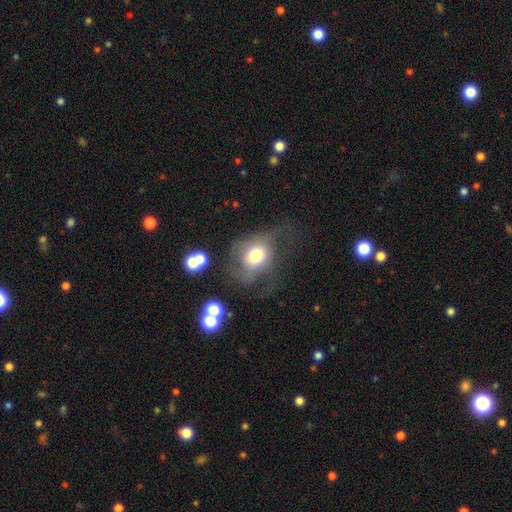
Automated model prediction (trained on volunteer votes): Smooth or featured? smooth (56%)
How rounded? in between (53%)
Merging? major disturbance (41%)